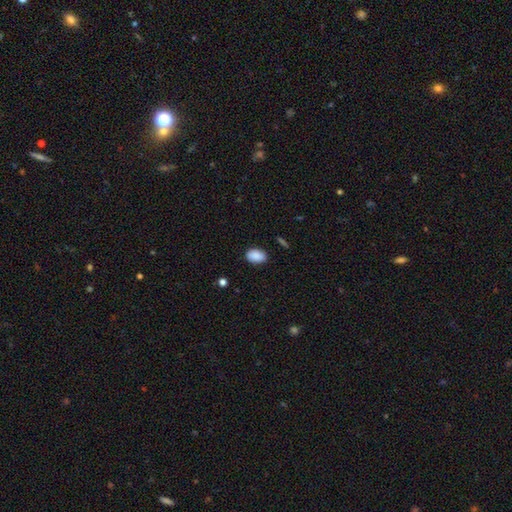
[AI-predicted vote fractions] The model was most divided on "how rounded": in between: 85%, round: 14%, cigar-shaped: 1%. More confident: smooth or featured — smooth (90%); merging — none (86%).